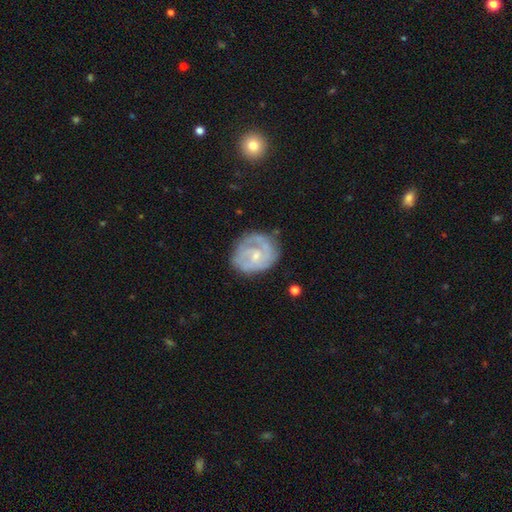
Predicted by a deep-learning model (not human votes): The model was most divided on "spiral arm count": can't tell: 34%, 2: 33%, 3: 19%, 1: 7%, 4: 5%, more than 4: 3%. More confident: edge-on disk — no (98%); spiral arms — yes (86%); smooth or featured — featured or disk (75%); merging — none (66%); bulge size — small (62%); bar — no (57%); spiral winding — tight (56%).